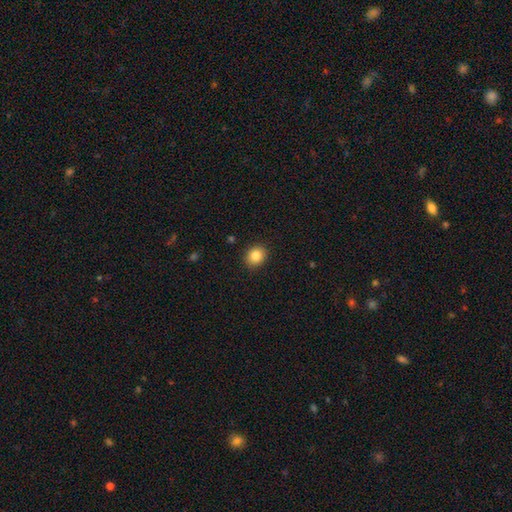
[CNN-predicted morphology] smooth_or_featured: smooth (p=0.84) [alt: star or artifact p=0.10]
how_rounded: round (p=0.69) [alt: in between p=0.30]
merging: none (p=0.90) [alt: minor disturbance p=0.07]